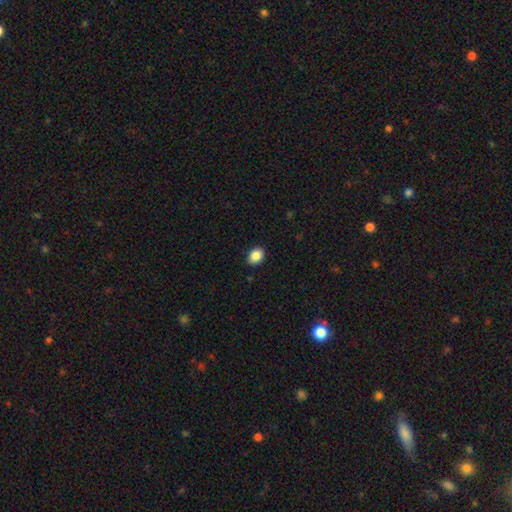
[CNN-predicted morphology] Smooth or featured?
  - smooth: 87% *
  - star or artifact: 8%
  - featured or disk: 5%
How rounded?
  - in between: 61% *
  - round: 38%
  - cigar-shaped: 1%
Merging?
  - none: 91% *
  - minor disturbance: 7%
  - major disturbance: 2%
  - merger: 1%